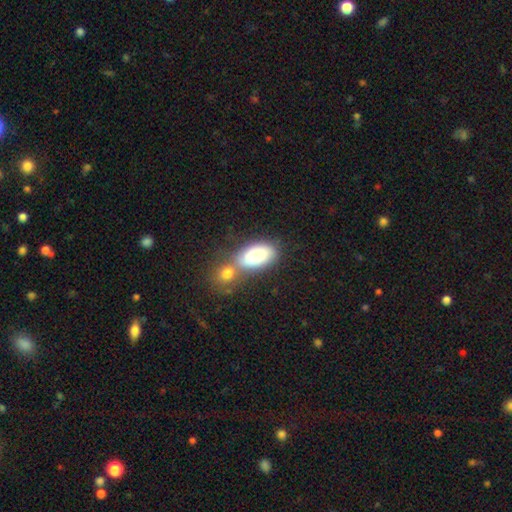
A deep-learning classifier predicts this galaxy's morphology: Overall: smooth (80%). How rounded: in between (91%). Merging: merger (44%; none 37%).